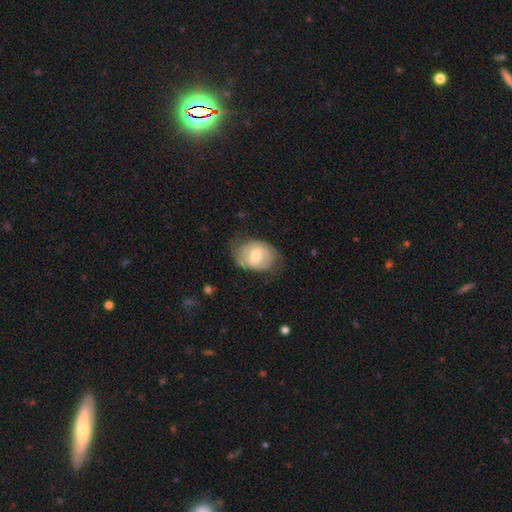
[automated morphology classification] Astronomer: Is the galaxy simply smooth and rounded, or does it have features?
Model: smooth — 50% (runner-up: featured or disk, 43%).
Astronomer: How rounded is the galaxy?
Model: in between — 62%.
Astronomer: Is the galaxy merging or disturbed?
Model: none — 61%.